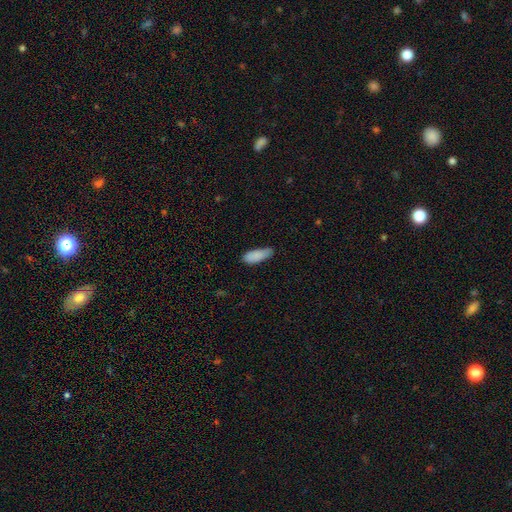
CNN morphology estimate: The model was most divided on "merging": none: 62%, minor disturbance: 31%, major disturbance: 5%, merger: 2%. More confident: smooth or featured — smooth (86%); how rounded — in between (72%).